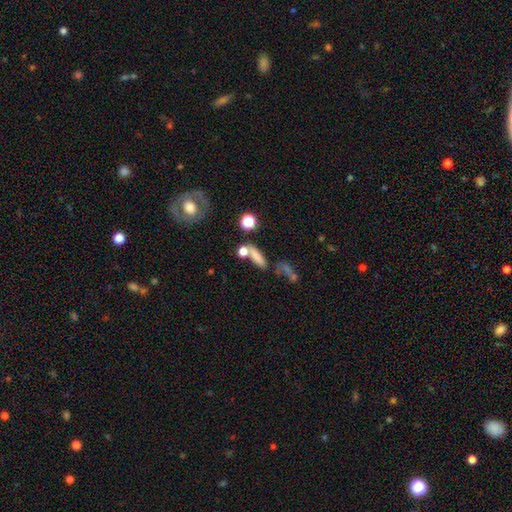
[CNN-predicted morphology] This is likely a smooth galaxy (73%). How rounded: possibly cigar-shaped (49%). Merging: possibly none (52%).